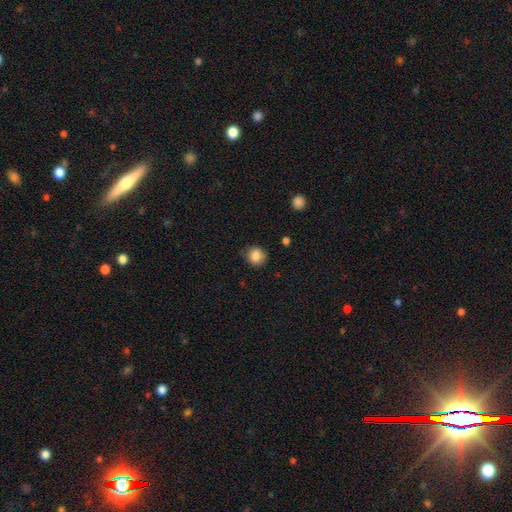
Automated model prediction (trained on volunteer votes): This is clearly a smooth galaxy (85%). How rounded: clearly round (81%). Merging: likely none (78%).